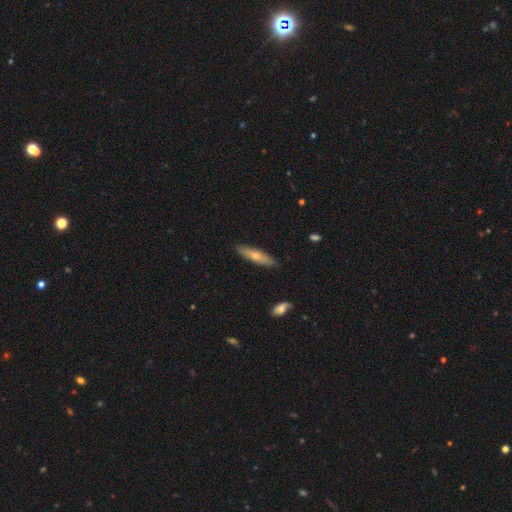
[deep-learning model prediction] smooth_or_featured: smooth (p=0.61) [alt: featured or disk p=0.33]
how_rounded: cigar-shaped (p=0.71) [alt: in between p=0.27]
merging: none (p=0.87) [alt: minor disturbance p=0.09]